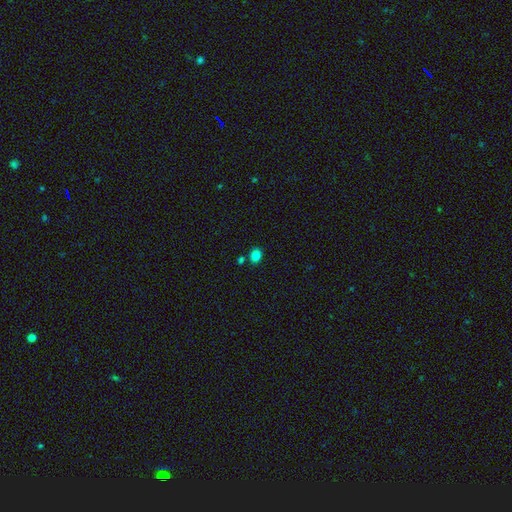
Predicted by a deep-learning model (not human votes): Morphology: type=smooth (83%); roundness=in between (54%); merging=none (78%).